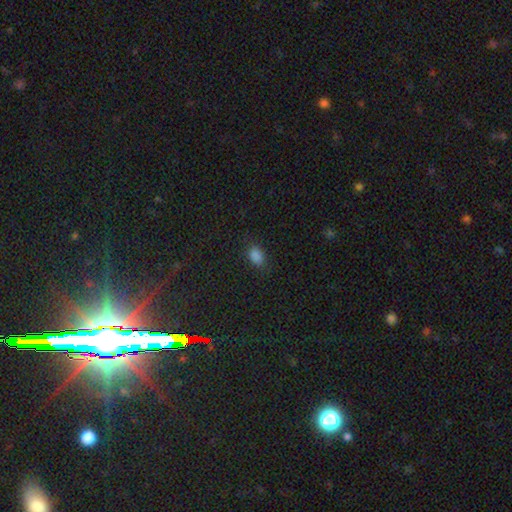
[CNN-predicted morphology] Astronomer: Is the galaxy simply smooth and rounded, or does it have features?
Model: smooth — 84%.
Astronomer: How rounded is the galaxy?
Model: in between — 85%.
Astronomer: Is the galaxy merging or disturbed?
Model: none — 83%.